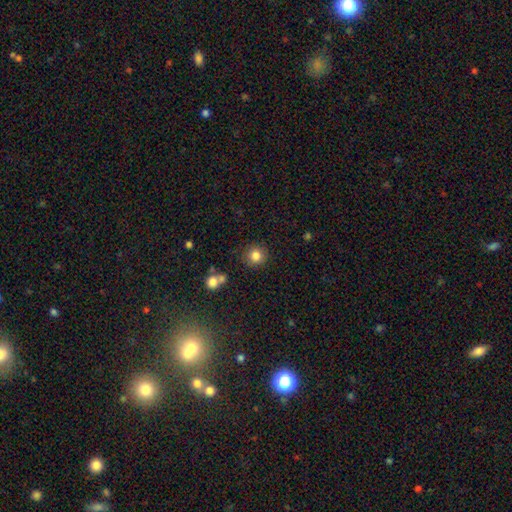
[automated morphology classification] Overall: smooth (83%). How rounded: round (92%). Merging: none (86%).